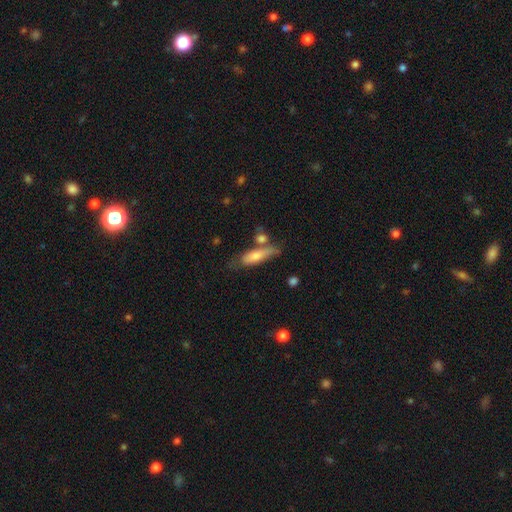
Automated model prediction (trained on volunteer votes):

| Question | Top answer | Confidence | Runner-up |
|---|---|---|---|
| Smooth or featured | smooth | 68% | featured or disk (25%) |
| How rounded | cigar-shaped | 60% | in between (38%) |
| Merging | none | 53% | minor disturbance (22%) |